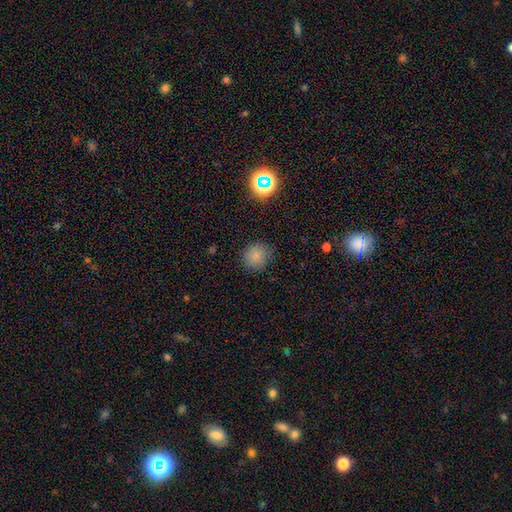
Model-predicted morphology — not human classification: smooth_or_featured: smooth (p=0.80) [alt: star or artifact p=0.15]
how_rounded: round (p=0.83) [alt: in between p=0.16]
merging: none (p=0.82) [alt: minor disturbance p=0.13]